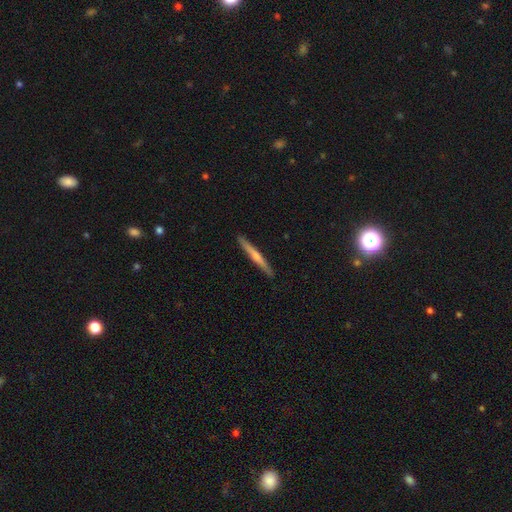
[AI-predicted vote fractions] The model was most divided on "edge-on bulge": rounded: 51%, none: 42%, boxy: 7%. More confident: edge-on disk — yes (97%); merging — none (91%); smooth or featured — featured or disk (52%).